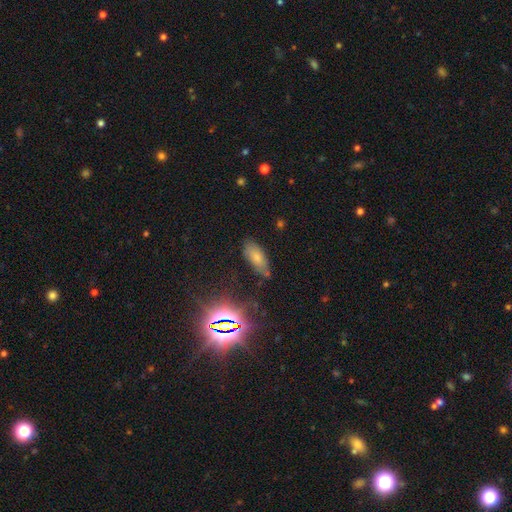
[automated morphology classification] Smooth or featured? star or artifact (42%)